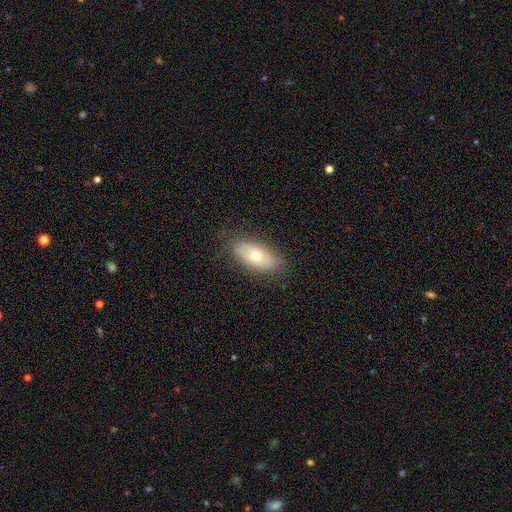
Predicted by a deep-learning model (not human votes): smooth_or_featured: smooth (p=0.65) [alt: featured or disk p=0.27]
how_rounded: in between (p=0.87) [alt: cigar-shaped p=0.09]
merging: none (p=0.82) [alt: minor disturbance p=0.13]